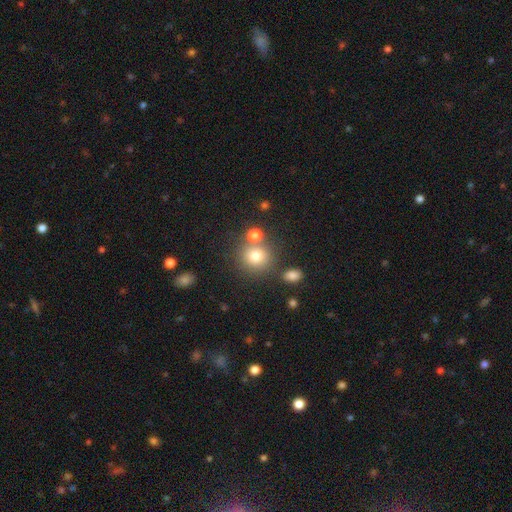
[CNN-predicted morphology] smooth_or_featured: smooth (p=0.76) [alt: star or artifact p=0.14]
how_rounded: round (p=0.87) [alt: in between p=0.12]
merging: none (p=0.67) [alt: merger p=0.19]